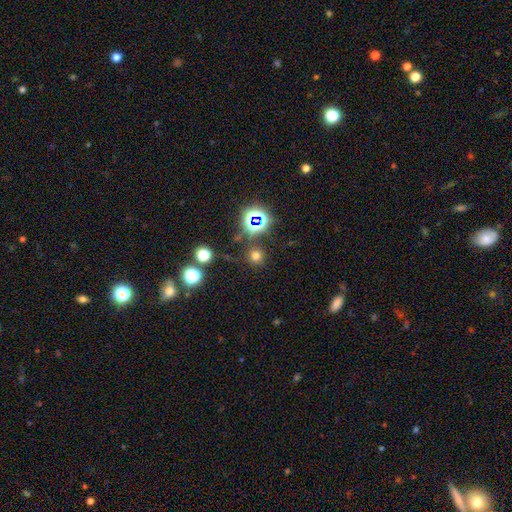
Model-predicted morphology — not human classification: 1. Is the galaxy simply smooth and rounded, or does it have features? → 65% smooth, 28% star or artifact, 7% featured or disk.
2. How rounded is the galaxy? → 92% round, 7% in between, 1% cigar-shaped.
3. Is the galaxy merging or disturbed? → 83% none, 8% minor disturbance, 4% merger, 4% major disturbance.